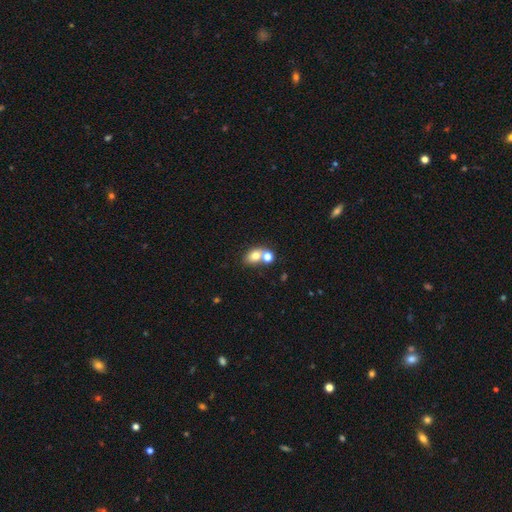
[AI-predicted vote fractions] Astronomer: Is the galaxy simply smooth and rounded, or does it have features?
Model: smooth — 75%.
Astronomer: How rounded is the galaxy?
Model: in between — 67%.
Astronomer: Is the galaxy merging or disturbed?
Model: none — 45% (runner-up: merger, 42%).